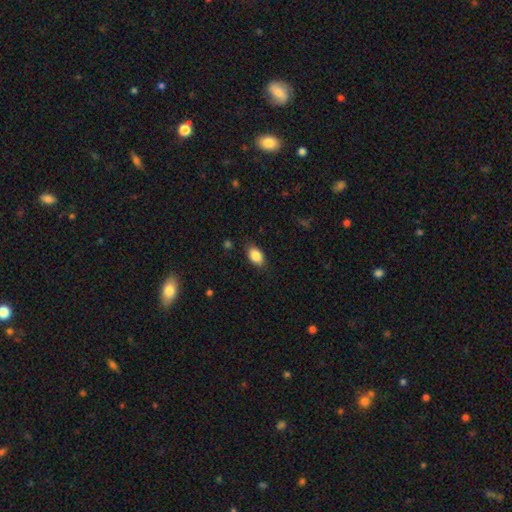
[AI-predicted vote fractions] Smooth or featured? Predicted: smooth (p=0.86). How rounded? Predicted: in between (p=0.89). Merging? Predicted: none (p=0.83).